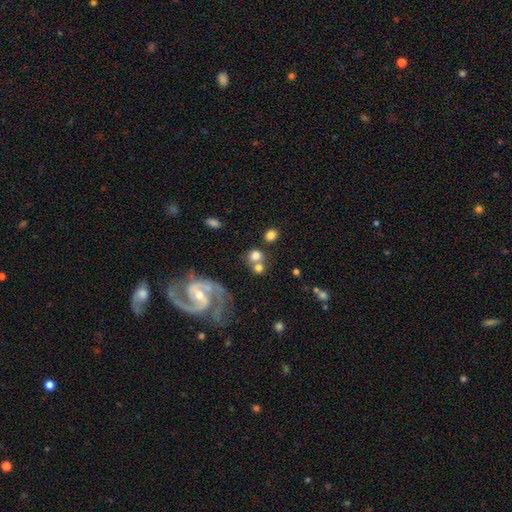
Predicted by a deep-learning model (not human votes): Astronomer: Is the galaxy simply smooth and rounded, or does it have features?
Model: smooth — 67%.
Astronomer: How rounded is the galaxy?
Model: round — 81%.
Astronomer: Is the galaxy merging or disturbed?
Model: none — 53% (runner-up: merger, 29%).